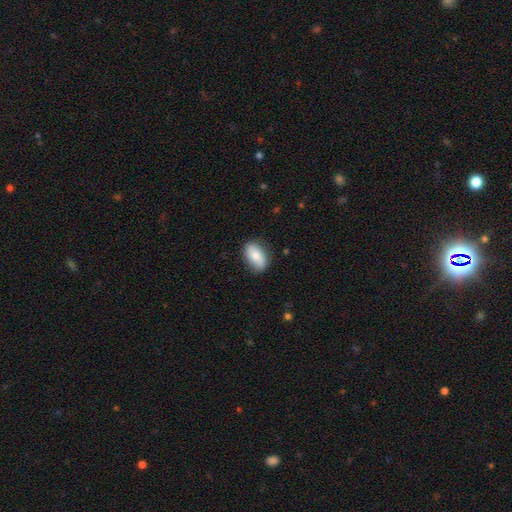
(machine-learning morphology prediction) This is likely a smooth galaxy (72%). How rounded: clearly in between (90%). Merging: likely none (79%).